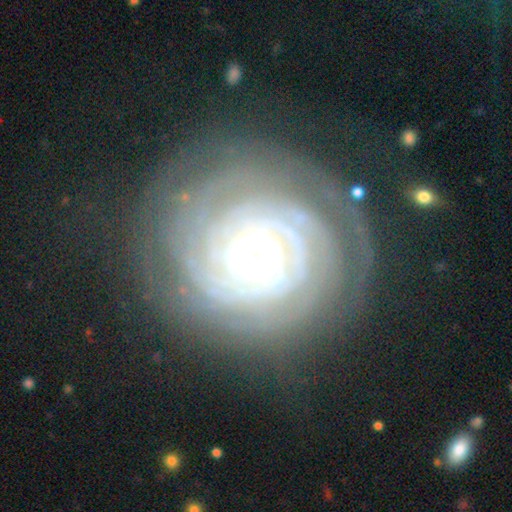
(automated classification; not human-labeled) The model was most divided on "spiral arm count": can't tell: 29%, 2: 16%, 3: 16%, more than 4: 16%, 4: 15%, 1: 8%. More confident: edge-on disk — no (97%); spiral arms — yes (97%); spiral winding — tight (88%); smooth or featured — featured or disk (88%); merging — none (79%); bar — no (74%); bulge size — moderate (61%).